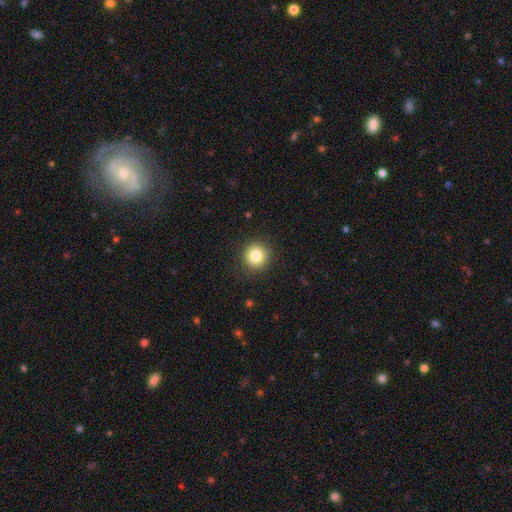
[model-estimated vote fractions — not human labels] A smooth galaxy with no disk features (83%) that is round (94%).

Vote fractions:
- Smooth or featured? smooth: 83% / star or artifact: 11% / featured or disk: 7%
- How rounded? round: 94% / in between: 5% / cigar-shaped: 1%
- Merging? none: 90% / minor disturbance: 7% / major disturbance: 2% / merger: 1%